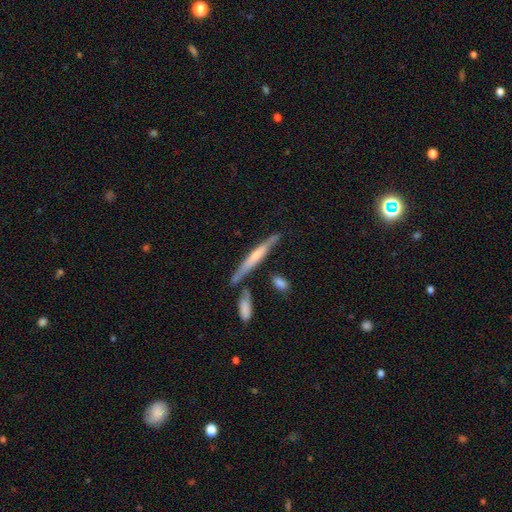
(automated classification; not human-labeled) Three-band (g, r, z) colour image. It shows a featured or disk galaxy (56%) viewed edge-on (91%) with no central bulge (42%). Merging: none (66%).